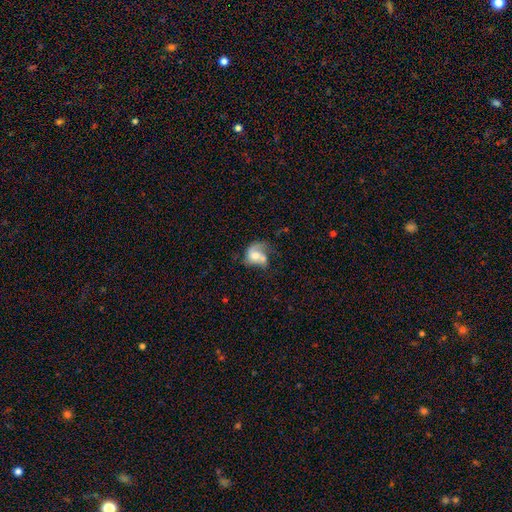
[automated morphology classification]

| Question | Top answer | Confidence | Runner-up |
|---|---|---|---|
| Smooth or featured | featured or disk | 57% | smooth (35%) |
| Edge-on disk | no | 97% | yes (3%) |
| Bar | no | 69% | weak (25%) |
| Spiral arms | yes | 75% | no (25%) |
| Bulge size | moderate | 58% | small (19%) |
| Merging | merger | 30% | major disturbance (26%) |